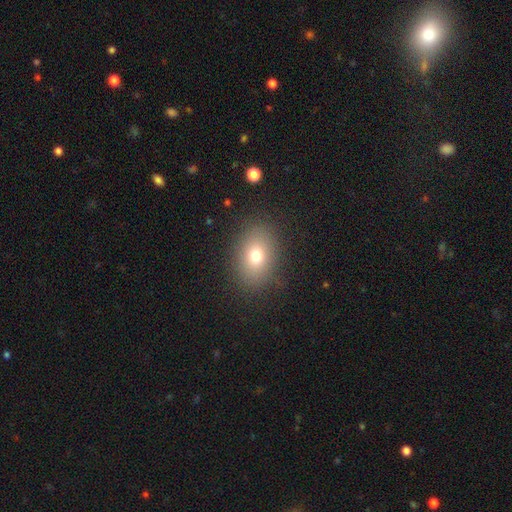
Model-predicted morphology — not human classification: This appears to be a smooth galaxy with no disk features (74%) that is in between round and cigar-shaped (73%). Merging: none (85%).